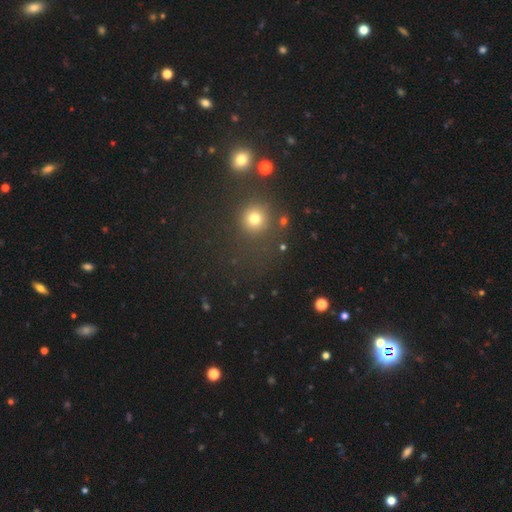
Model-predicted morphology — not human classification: The model was most divided on "smooth or featured": smooth: 54%, star or artifact: 39%, featured or disk: 7%. More confident: how rounded — round (89%); merging — none (77%).